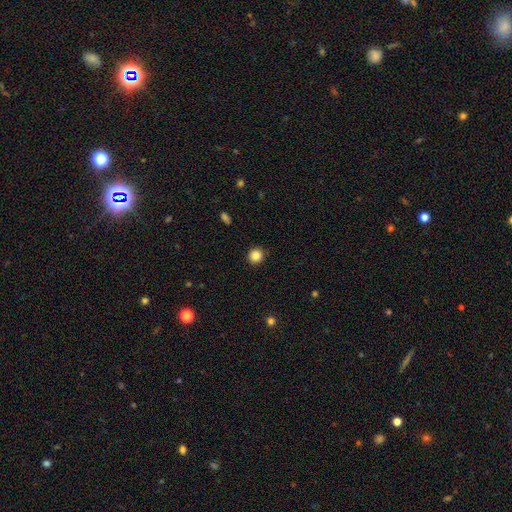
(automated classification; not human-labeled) Q: Smooth or featured?
A: smooth (86%); runner-up: star or artifact (11%)
Q: How rounded?
A: round (93%); runner-up: in between (6%)
Q: Merging?
A: none (91%); runner-up: minor disturbance (6%)